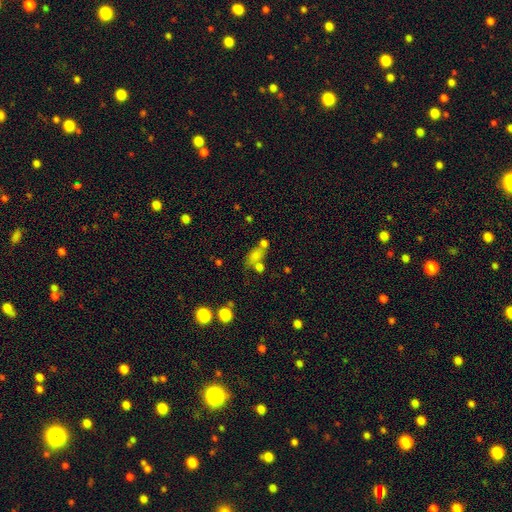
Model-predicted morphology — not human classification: type=smooth (68%); roundness=in between (73%); merging=none (39%).